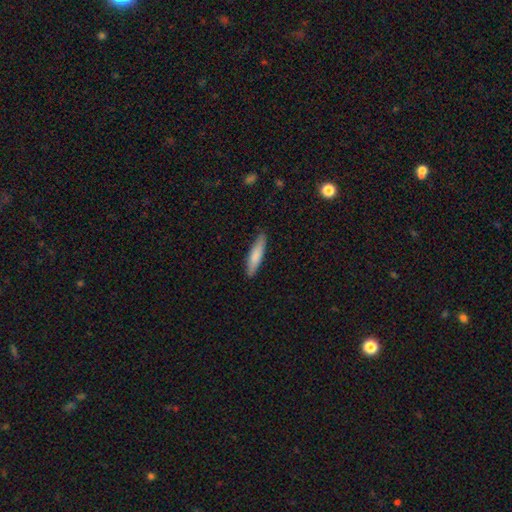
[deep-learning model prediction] This appears to be a smooth galaxy with no disk features (79%) that is cigar-shaped (80%). Merging: none (87%).